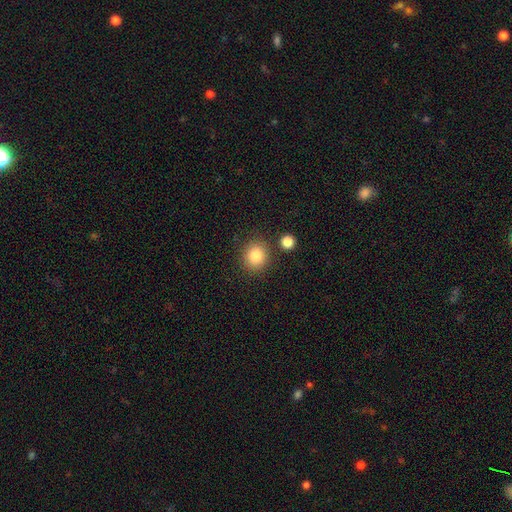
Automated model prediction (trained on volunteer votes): Smooth or featured?
  - smooth: 85% *
  - star or artifact: 9%
  - featured or disk: 5%
How rounded?
  - round: 81% *
  - in between: 18%
  - cigar-shaped: 1%
Merging?
  - none: 83% *
  - minor disturbance: 8%
  - merger: 6%
  - major disturbance: 3%